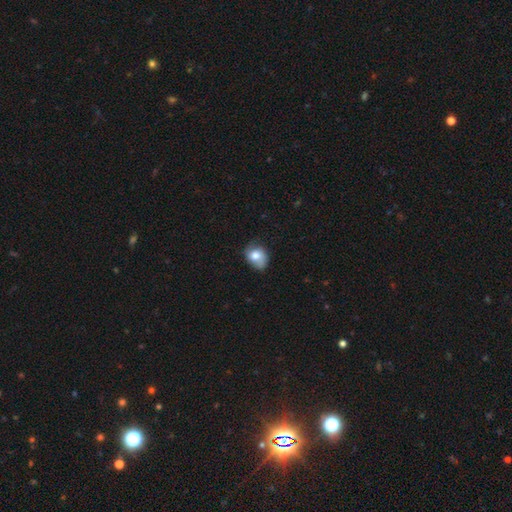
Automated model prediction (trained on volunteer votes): smooth_or_featured: smooth (p=0.70) [alt: featured or disk p=0.22]
how_rounded: in between (p=0.53) [alt: round p=0.46]
merging: none (p=0.53) [alt: minor disturbance p=0.34]